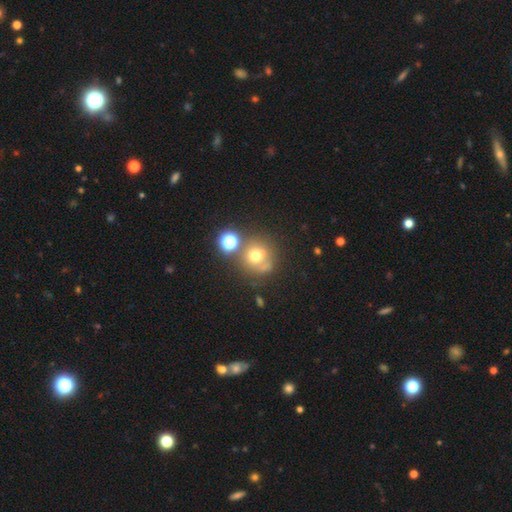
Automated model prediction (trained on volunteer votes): This is likely a smooth galaxy (62%). How rounded: clearly round (88%). Merging: possibly none (55%).